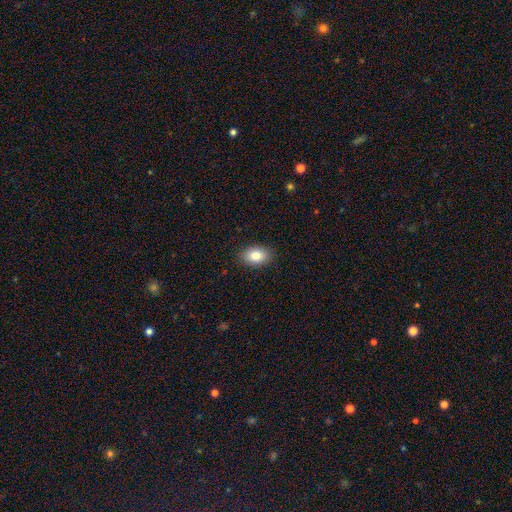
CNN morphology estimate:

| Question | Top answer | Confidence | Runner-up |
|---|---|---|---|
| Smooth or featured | smooth | 84% | star or artifact (8%) |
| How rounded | in between | 87% | round (12%) |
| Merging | none | 89% | minor disturbance (8%) |